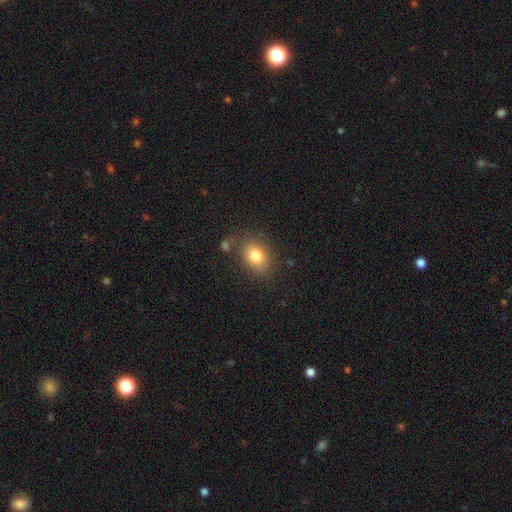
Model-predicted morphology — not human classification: type=smooth (80%); roundness=in between (61%); merging=none (75%).